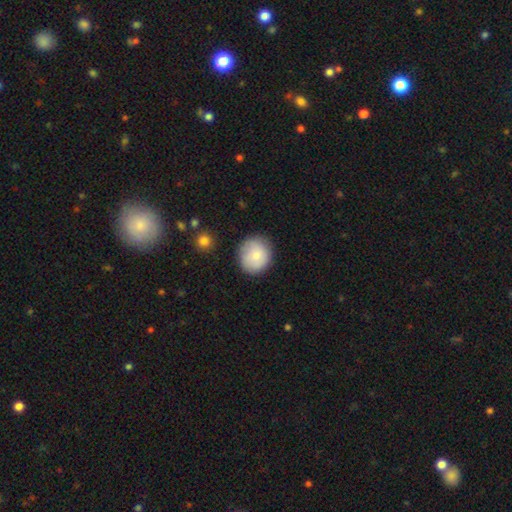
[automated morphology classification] Q: Smooth or featured?
A: smooth (79%); runner-up: featured or disk (14%)
Q: How rounded?
A: round (86%); runner-up: in between (13%)
Q: Merging?
A: none (82%); runner-up: minor disturbance (13%)